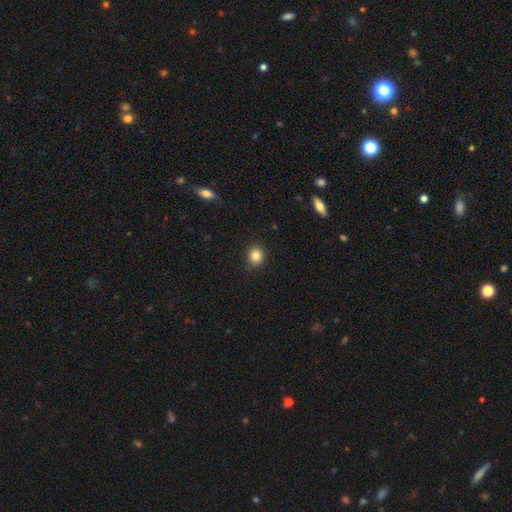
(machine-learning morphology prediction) smooth-or-featured: smooth: 83% | star or artifact: 11% | featured or disk: 6%
  how-rounded: round: 76% | in between: 23% | cigar-shaped: 1%
  merging: none: 87% | minor disturbance: 10% | major disturbance: 2% | merger: 1%